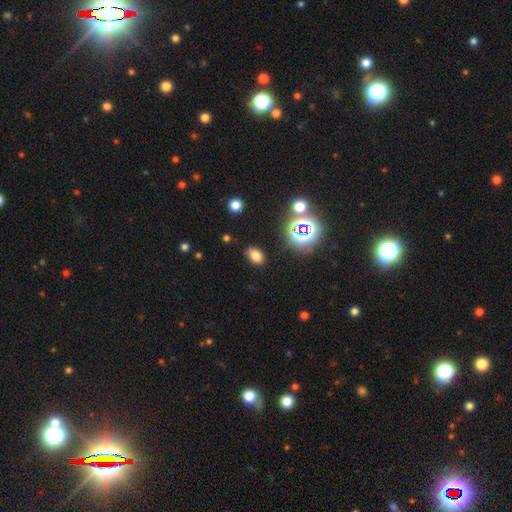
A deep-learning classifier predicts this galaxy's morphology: A smooth galaxy with no disk features (71%) that is in between round and cigar-shaped (81%).

Vote fractions:
- Smooth or featured? smooth: 71% / star or artifact: 21% / featured or disk: 8%
- How rounded? in between: 81% / round: 17% / cigar-shaped: 1%
- Merging? none: 82% / minor disturbance: 12% / major disturbance: 3% / merger: 2%